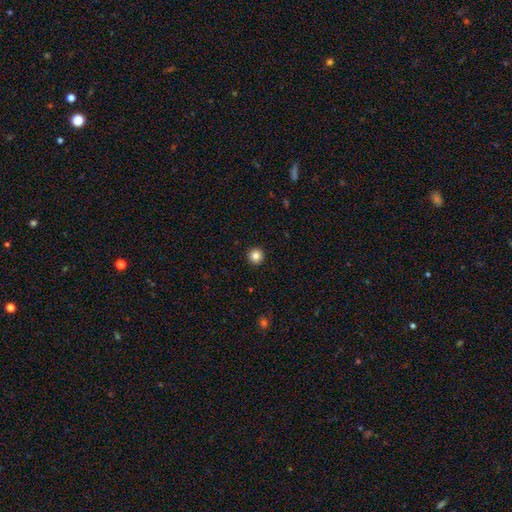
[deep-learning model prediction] A smooth galaxy with no disk features (84%) that is round (96%).

Vote fractions:
- Smooth or featured? smooth: 84% / star or artifact: 11% / featured or disk: 6%
- How rounded? round: 96% / in between: 3% / cigar-shaped: 1%
- Merging? none: 94% / minor disturbance: 4% / major disturbance: 1% / merger: 1%